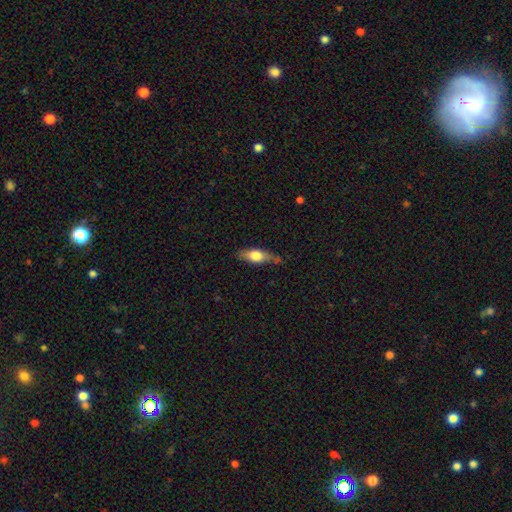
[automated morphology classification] smooth_or_featured: smooth (p=0.57) [alt: featured or disk p=0.36]
how_rounded: in between (p=0.61) [alt: cigar-shaped p=0.34]
merging: none (p=0.65) [alt: minor disturbance p=0.26]